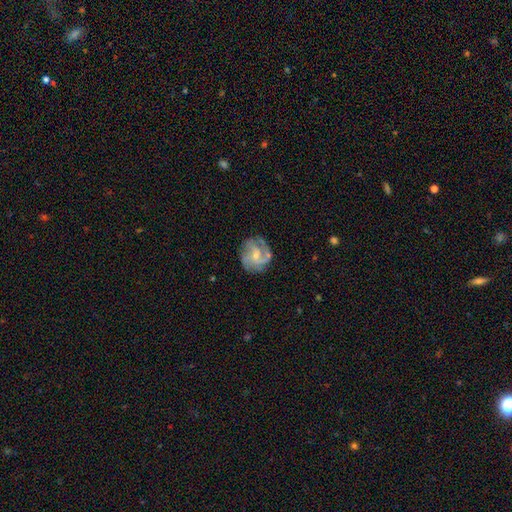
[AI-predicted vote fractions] Smooth or featured: featured or disk — 79% (smooth — 14%)
Edge-on disk: no — 98% (yes — 2%)
Bar: no — 54% (weak — 39%)
Spiral arms: yes — 93% (no — 7%)
Spiral winding: medium — 48% (tight — 31%)
Spiral arm count: 3 — 40% (2 — 20%)
Bulge size: small — 65% (moderate — 26%)
Merging: none — 72% (minor disturbance — 17%)